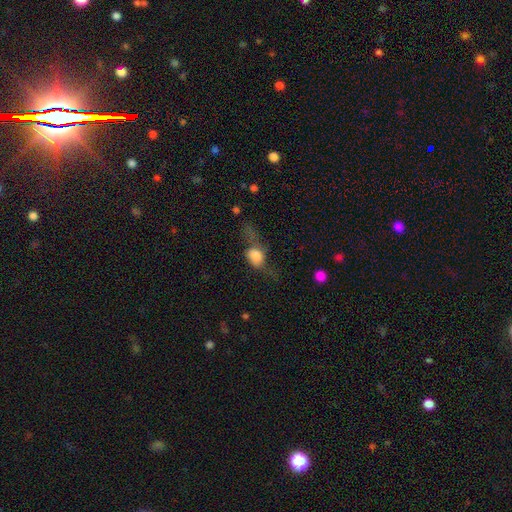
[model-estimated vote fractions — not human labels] A smooth galaxy with no disk features (58%) that is in between round and cigar-shaped (55%).

Vote fractions:
- Smooth or featured? smooth: 58% / featured or disk: 32% / star or artifact: 9%
- How rounded? in between: 55% / round: 37% / cigar-shaped: 8%
- Merging? major disturbance: 43% / none: 30% / minor disturbance: 21% / merger: 5%